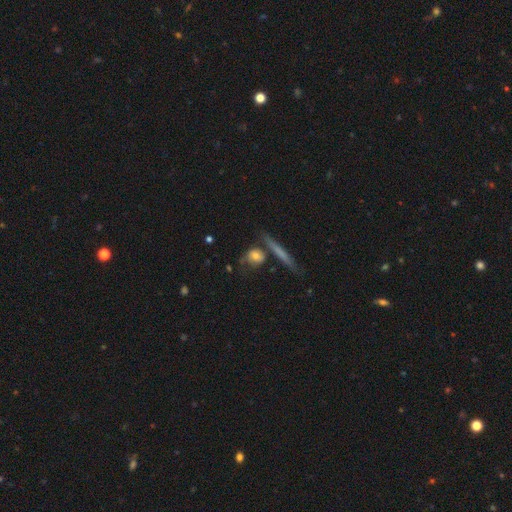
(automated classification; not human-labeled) The model was most divided on "smooth or featured": smooth: 57%, featured or disk: 35%, star or artifact: 8%. More confident: how rounded — round (62%); merging — none (54%).